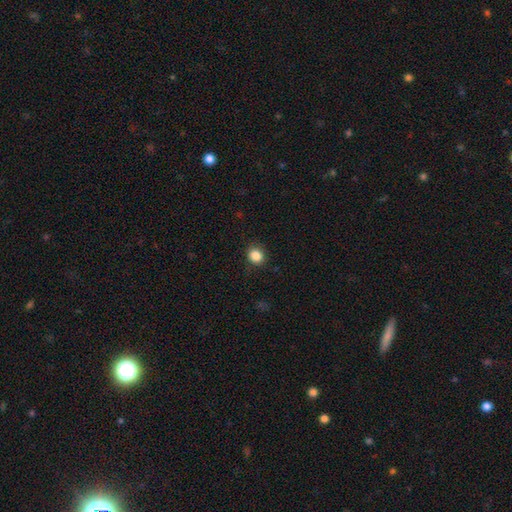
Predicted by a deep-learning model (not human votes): A smooth galaxy with no disk features (86%) that is round (79%). Merging: none (88%).